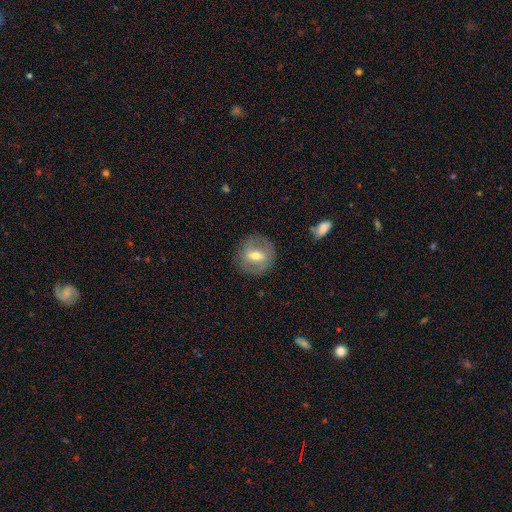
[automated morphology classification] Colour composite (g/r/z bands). It shows a featured or disk galaxy (53%). Merging: none (82%).